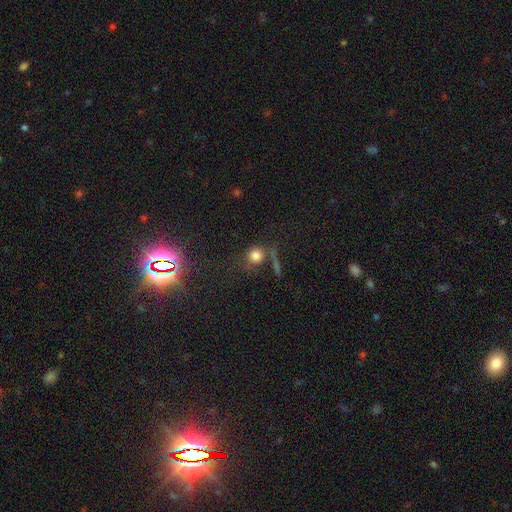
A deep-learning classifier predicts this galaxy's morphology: Smooth or featured? Predicted: smooth (p=0.76). How rounded? Predicted: round (p=0.88). Merging? Predicted: none (p=0.65).